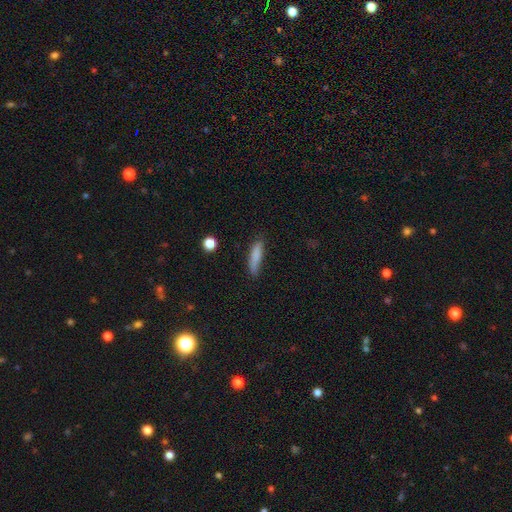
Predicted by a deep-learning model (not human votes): Morphology: type=smooth (81%); roundness=cigar-shaped (76%); merging=none (72%).